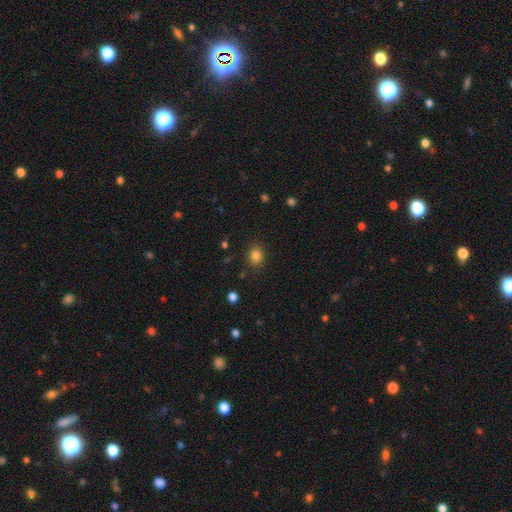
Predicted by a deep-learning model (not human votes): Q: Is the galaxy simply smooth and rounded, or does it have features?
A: smooth — 83%.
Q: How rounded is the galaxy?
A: round — 51%.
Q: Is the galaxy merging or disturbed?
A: none — 86%.